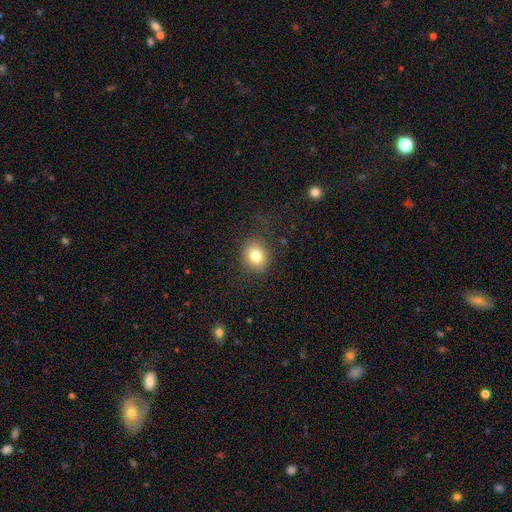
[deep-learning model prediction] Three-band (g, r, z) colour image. It shows a smooth galaxy with no disk features (79%) that is round (69%). Merging: none (83%).